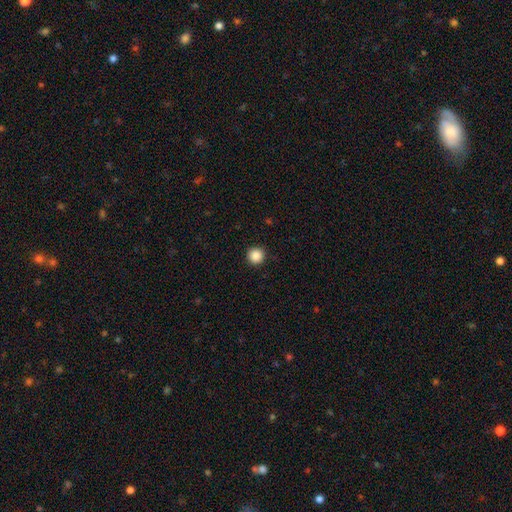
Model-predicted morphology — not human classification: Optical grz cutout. It shows a smooth galaxy with no disk features (88%) that is round (96%). Merging: none (93%).